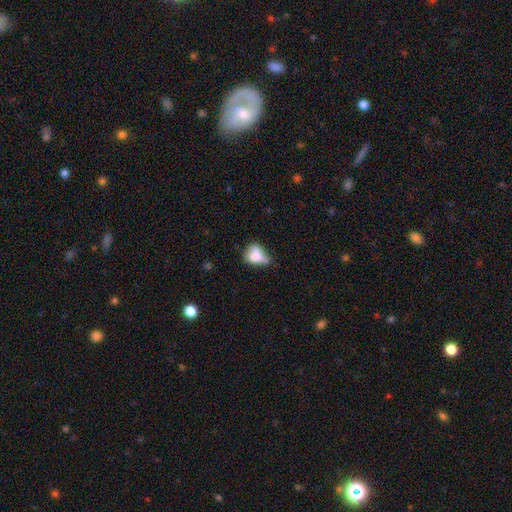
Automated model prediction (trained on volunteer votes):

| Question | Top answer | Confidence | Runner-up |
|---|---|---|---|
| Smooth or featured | smooth | 68% | featured or disk (21%) |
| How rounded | in between | 63% | round (35%) |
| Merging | minor disturbance | 34% | none (29%) |